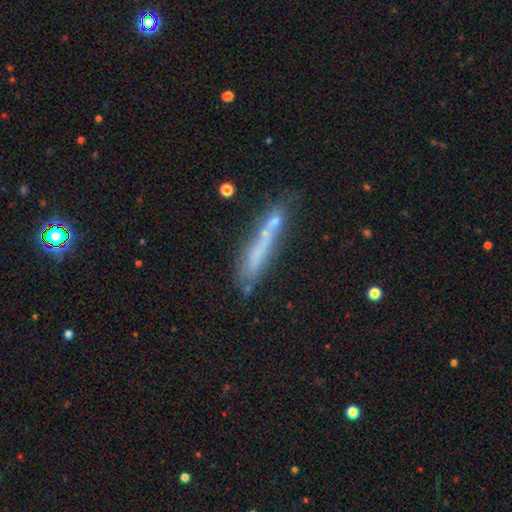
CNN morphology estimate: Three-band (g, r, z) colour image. It shows a smooth galaxy with no disk features (52%) that is cigar-shaped (84%). Merging: none (50%).